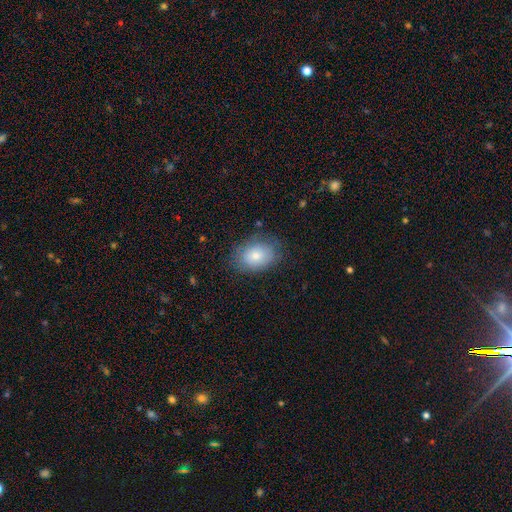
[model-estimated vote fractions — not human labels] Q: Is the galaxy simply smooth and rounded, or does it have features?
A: smooth — 74%.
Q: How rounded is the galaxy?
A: in between — 74%.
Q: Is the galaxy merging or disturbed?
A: none — 72%.